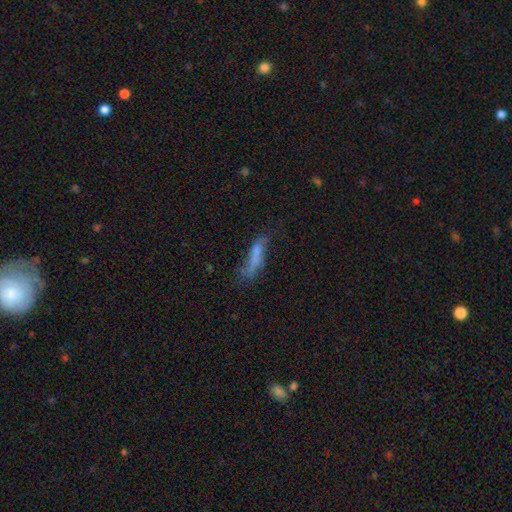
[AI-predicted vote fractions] smooth 55%, featured or disk 33%, star or artifact 12%. Down the decision tree: how rounded — cigar-shaped (64%); merging — none (36%).